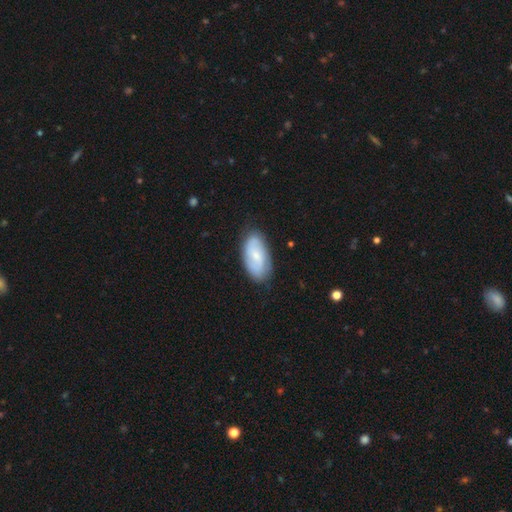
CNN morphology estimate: type=featured or disk (48%); merging=none (81%).